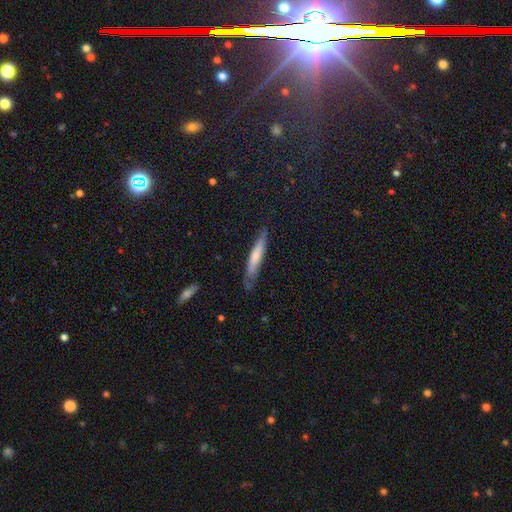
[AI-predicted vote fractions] smooth 64%, featured or disk 30%, star or artifact 6%. Down the decision tree: how rounded — cigar-shaped (89%); merging — none (69%).